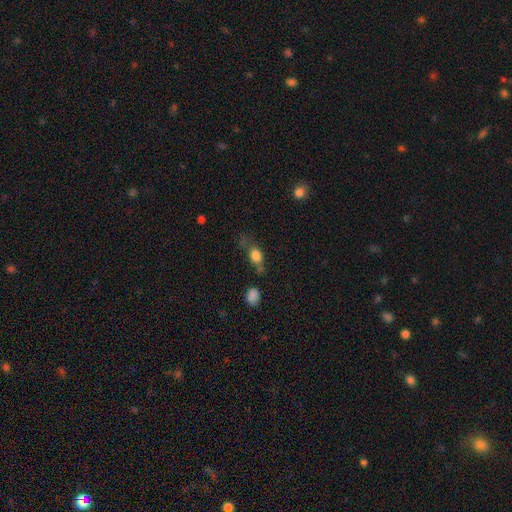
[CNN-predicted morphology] smooth_or_featured: smooth (p=0.78) [alt: star or artifact p=0.11]
how_rounded: in between (p=0.61) [alt: round p=0.33]
merging: none (p=0.45) [alt: minor disturbance p=0.24]